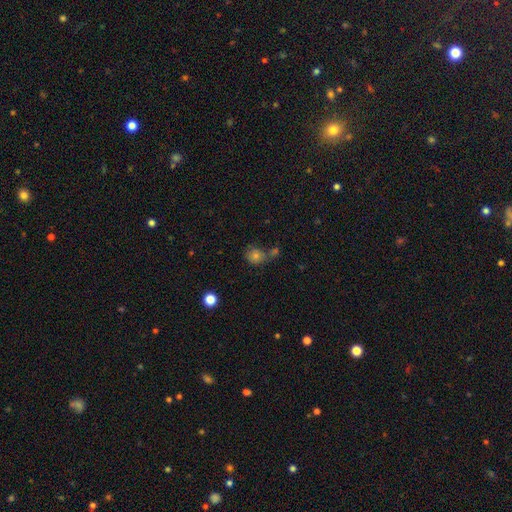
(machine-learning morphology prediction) A smooth galaxy with no disk features (70%) that is round (77%). Merging: none (54%).